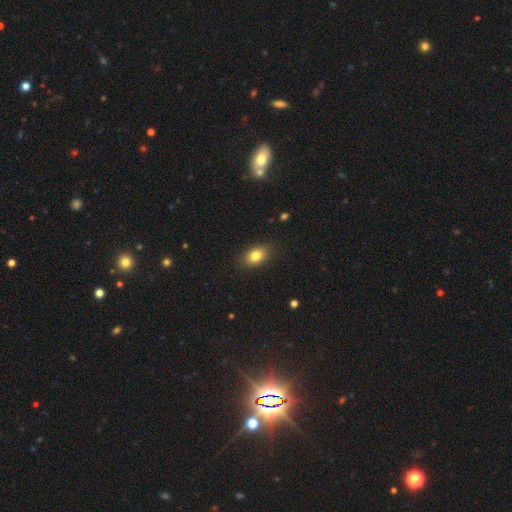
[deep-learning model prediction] smooth_or_featured: smooth (p=0.82) [alt: star or artifact p=0.09]
how_rounded: in between (p=0.80) [alt: round p=0.19]
merging: none (p=0.86) [alt: minor disturbance p=0.10]